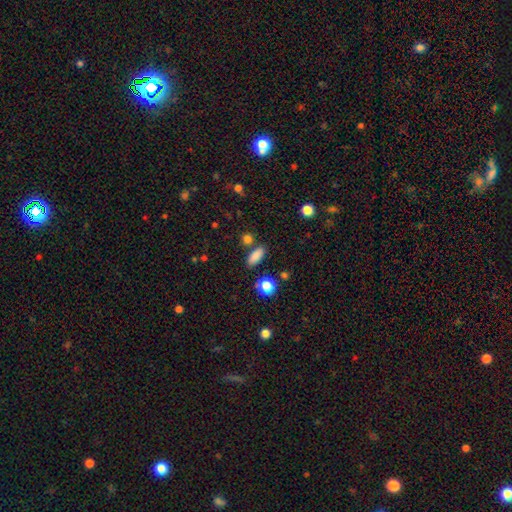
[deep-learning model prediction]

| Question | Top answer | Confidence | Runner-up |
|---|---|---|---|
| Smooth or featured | smooth | 85% | star or artifact (11%) |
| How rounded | in between | 76% | cigar-shaped (17%) |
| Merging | none | 79% | minor disturbance (11%) |